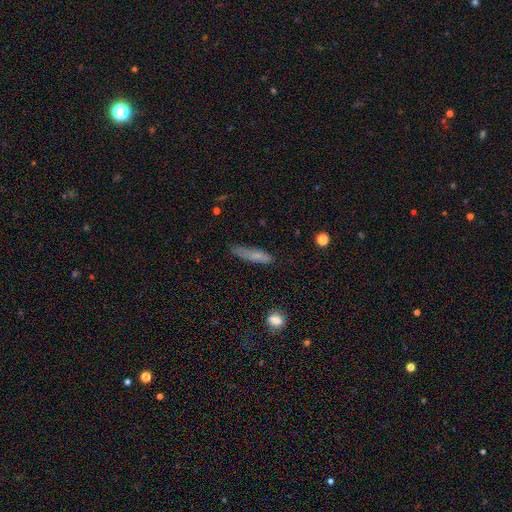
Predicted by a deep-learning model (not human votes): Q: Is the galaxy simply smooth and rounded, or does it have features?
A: smooth — 72%.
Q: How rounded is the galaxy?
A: cigar-shaped — 81%.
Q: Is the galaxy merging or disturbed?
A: none — 61%.